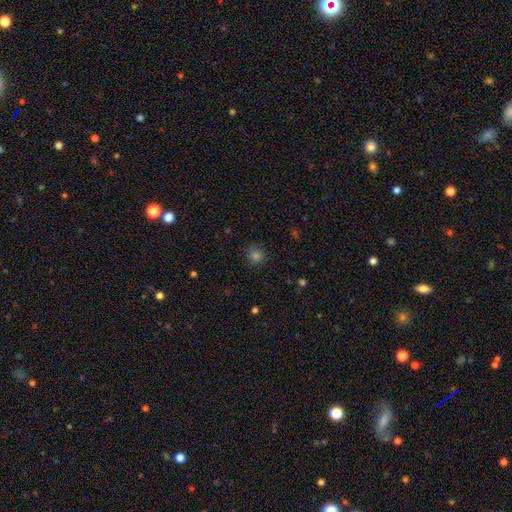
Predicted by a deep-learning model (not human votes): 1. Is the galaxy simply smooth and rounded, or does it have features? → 78% smooth, 17% star or artifact, 4% featured or disk.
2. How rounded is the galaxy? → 93% round, 6% in between, 1% cigar-shaped.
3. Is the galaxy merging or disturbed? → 88% none, 8% minor disturbance, 3% major disturbance, 1% merger.